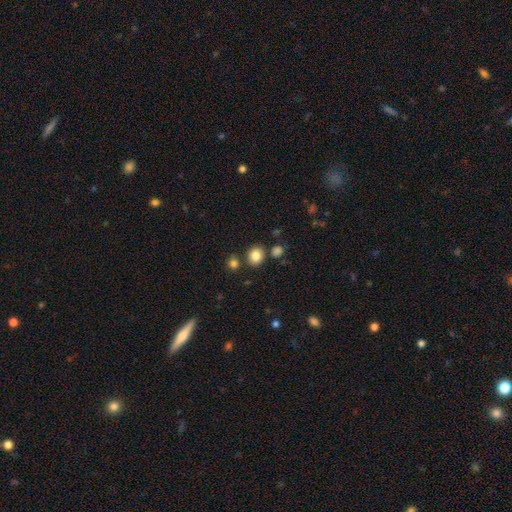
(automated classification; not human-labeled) smooth_or_featured: smooth (p=0.84) [alt: star or artifact p=0.10]
how_rounded: round (p=0.69) [alt: in between p=0.31]
merging: none (p=0.81) [alt: minor disturbance p=0.09]